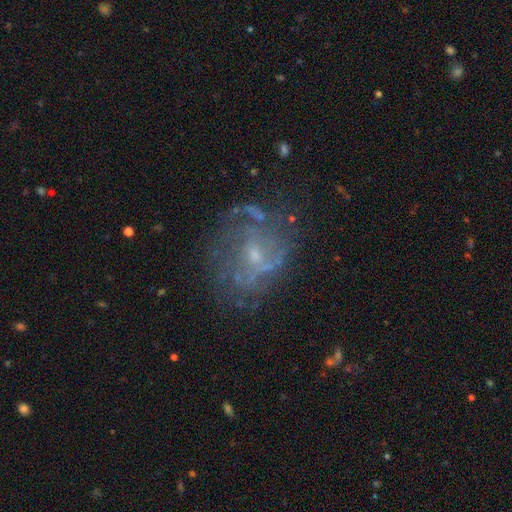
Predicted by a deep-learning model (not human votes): Q: Smooth or featured?
A: featured or disk (72%); runner-up: smooth (14%)
Q: Edge-on disk?
A: no (97%); runner-up: yes (3%)
Q: Bar?
A: no (55%); runner-up: weak (39%)
Q: Spiral arms?
A: yes (71%); runner-up: no (29%)
Q: Bulge size?
A: small (67%); runner-up: moderate (23%)
Q: Merging?
A: none (60%); runner-up: minor disturbance (19%)